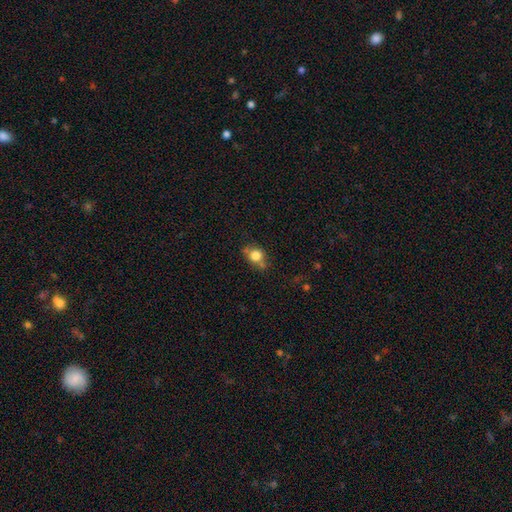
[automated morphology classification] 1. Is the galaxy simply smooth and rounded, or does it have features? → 77% smooth, 12% featured or disk, 11% star or artifact.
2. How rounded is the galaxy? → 70% round, 29% in between, 2% cigar-shaped.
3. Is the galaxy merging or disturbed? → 58% none, 21% minor disturbance, 15% merger, 6% major disturbance.